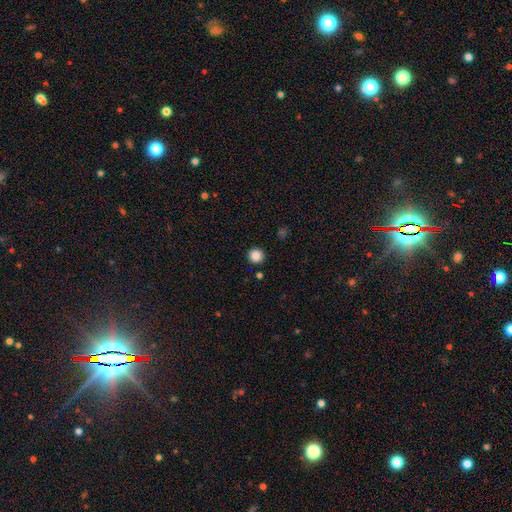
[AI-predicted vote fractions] The model was most divided on "smooth or featured": smooth: 87%, star or artifact: 11%, featured or disk: 3%. More confident: how rounded — round (95%); merging — none (92%).